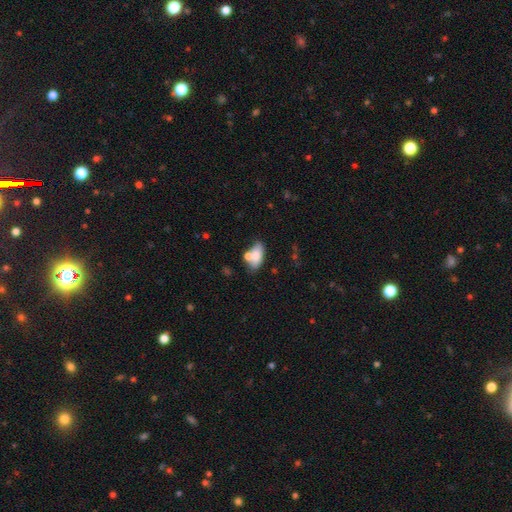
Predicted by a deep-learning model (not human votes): Smooth or featured? Predicted: smooth (p=0.76). How rounded? Predicted: in between (p=0.87). Merging? Predicted: none (p=0.51).